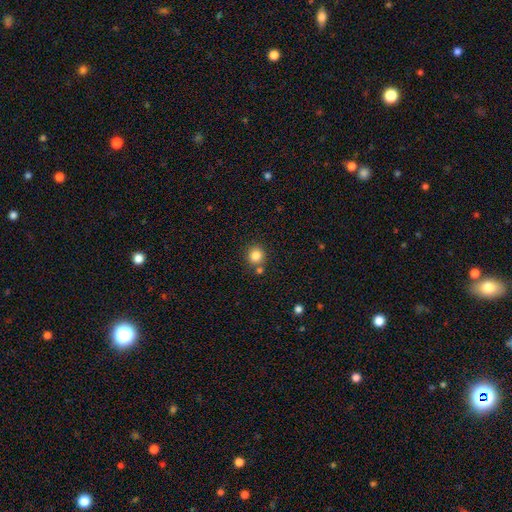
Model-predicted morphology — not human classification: Smooth or featured? smooth (84%)
How rounded? round (90%)
Merging? none (77%)